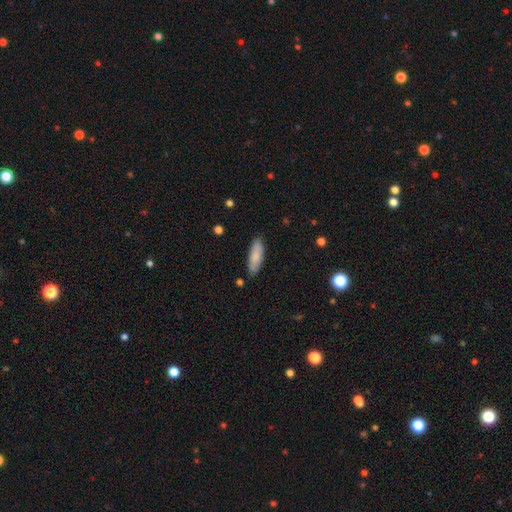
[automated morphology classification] This appears to be a smooth galaxy with no disk features (85%) that is in between round and cigar-shaped (53%). Merging: none (86%).